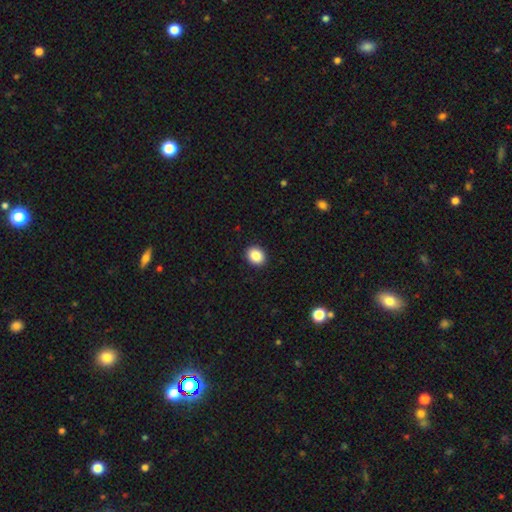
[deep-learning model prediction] Smooth or featured?
  - smooth: 87% *
  - star or artifact: 9%
  - featured or disk: 4%
How rounded?
  - round: 59% *
  - in between: 40%
  - cigar-shaped: 1%
Merging?
  - none: 92% *
  - minor disturbance: 6%
  - major disturbance: 2%
  - merger: 1%